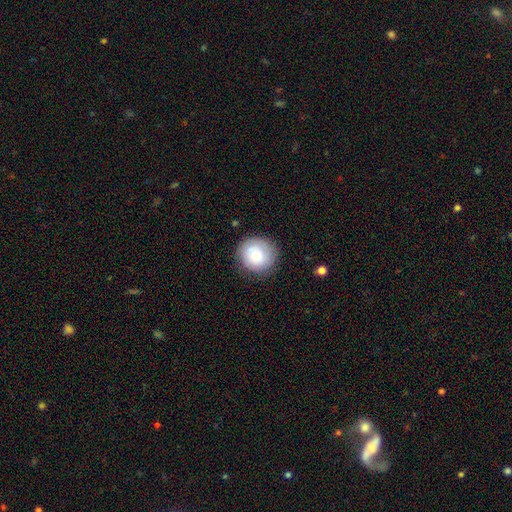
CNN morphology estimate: This appears to be a smooth galaxy with no disk features (70%) that is round (92%). Merging: none (85%).